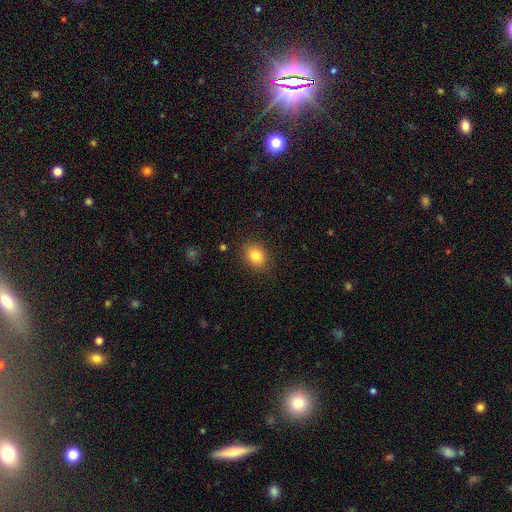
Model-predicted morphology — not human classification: This is clearly a smooth galaxy (83%). How rounded: possibly in between (50%). Merging: clearly none (87%).